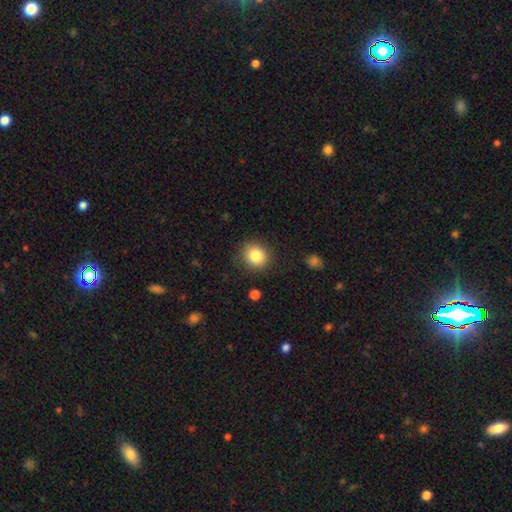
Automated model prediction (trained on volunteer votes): Q: Smooth or featured?
A: smooth (83%); runner-up: star or artifact (10%)
Q: How rounded?
A: round (79%); runner-up: in between (20%)
Q: Merging?
A: none (86%); runner-up: minor disturbance (9%)